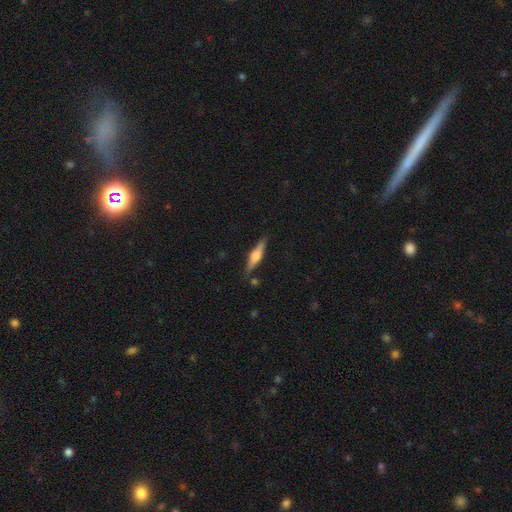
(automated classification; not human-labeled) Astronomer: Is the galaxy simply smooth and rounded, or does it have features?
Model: featured or disk — 61%.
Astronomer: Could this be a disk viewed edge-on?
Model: yes — 96%.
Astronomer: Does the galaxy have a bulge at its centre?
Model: rounded — 87%.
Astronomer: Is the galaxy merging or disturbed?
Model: none — 85%.